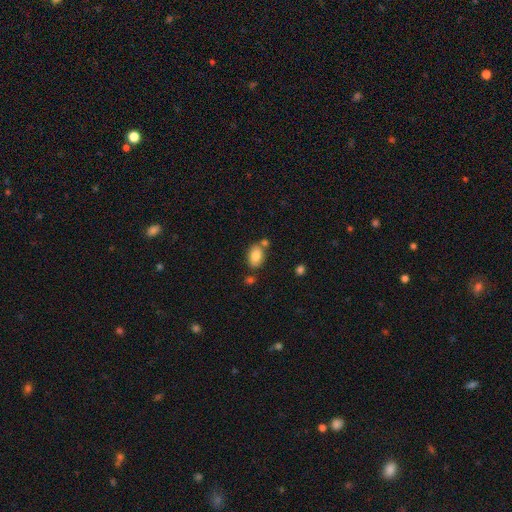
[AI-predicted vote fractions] Q: Smooth or featured?
A: smooth (82%); runner-up: featured or disk (10%)
Q: How rounded?
A: in between (87%); runner-up: round (12%)
Q: Merging?
A: none (67%); runner-up: merger (15%)